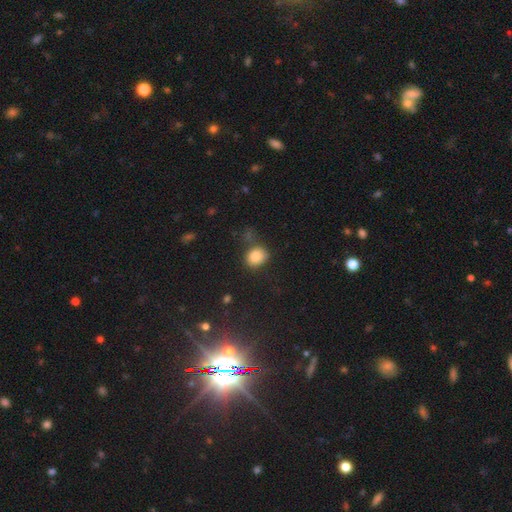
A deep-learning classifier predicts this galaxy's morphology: This appears to be a smooth galaxy with no disk features (84%) that is round (56%). Merging: none (66%).